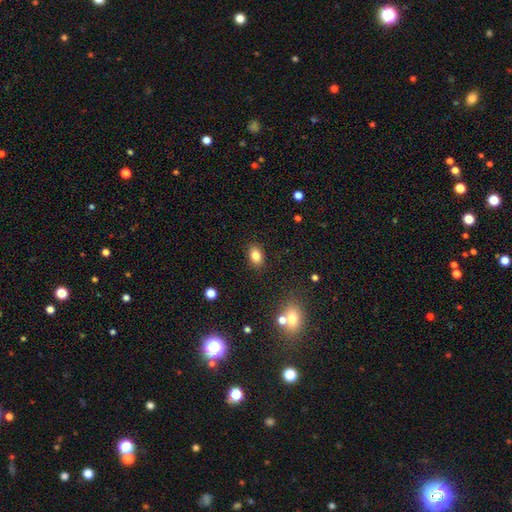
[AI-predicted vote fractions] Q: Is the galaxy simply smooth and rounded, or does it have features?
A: smooth — 83%.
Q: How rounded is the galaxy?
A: in between — 81%.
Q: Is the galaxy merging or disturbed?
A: none — 87%.